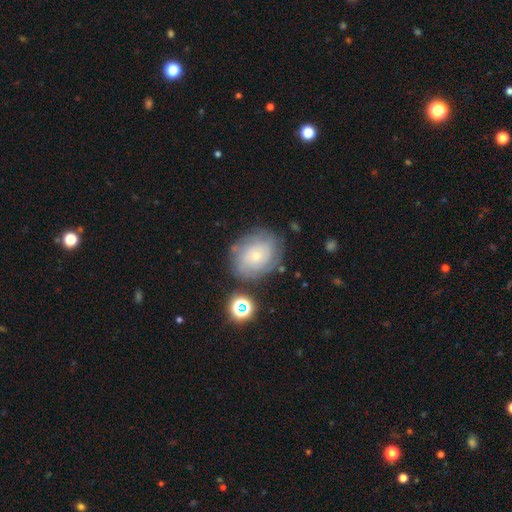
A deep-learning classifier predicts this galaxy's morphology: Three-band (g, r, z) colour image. It shows a featured or disk galaxy (52%) with no bar (85%), spiral arms (71%) and a small central bulge (76%). Merging: none (71%).